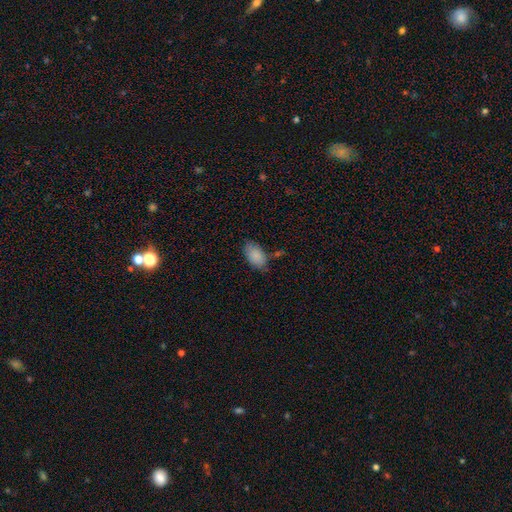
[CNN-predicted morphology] Smooth or featured: smooth — 87% (star or artifact — 7%)
How rounded: in between — 93% (round — 5%)
Merging: none — 68% (minor disturbance — 22%)